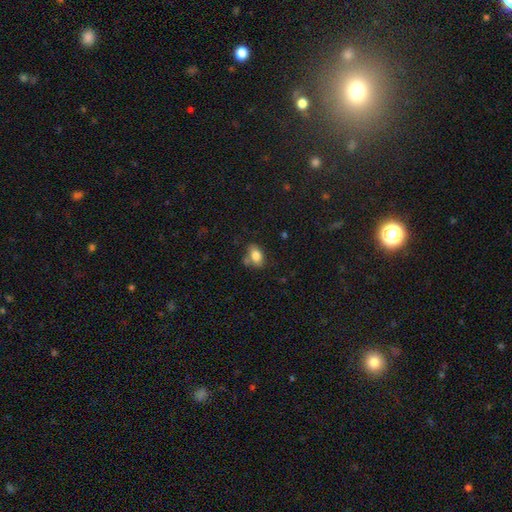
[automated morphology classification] Smooth or featured? smooth (82%)
How rounded? in between (86%)
Merging? none (63%)